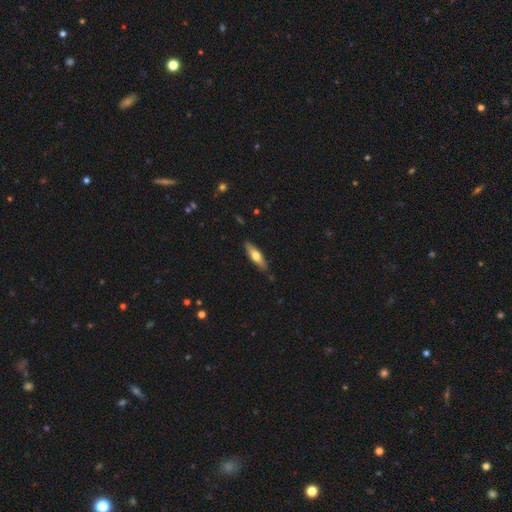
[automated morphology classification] Smooth or featured? smooth (54%)
How rounded? cigar-shaped (63%)
Merging? none (83%)